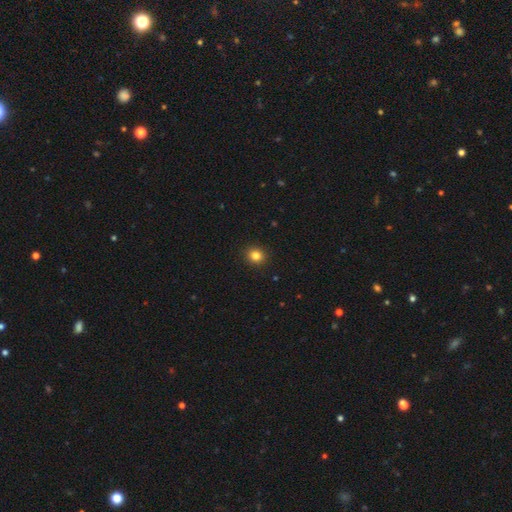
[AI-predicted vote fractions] A smooth galaxy with no disk features (83%) that is round (85%).

Vote fractions:
- Smooth or featured? smooth: 83% / star or artifact: 12% / featured or disk: 5%
- How rounded? round: 85% / in between: 14% / cigar-shaped: 1%
- Merging? none: 92% / minor disturbance: 5% / major disturbance: 2% / merger: 1%